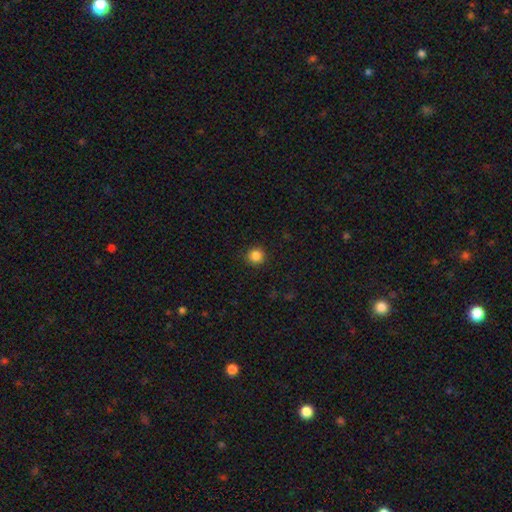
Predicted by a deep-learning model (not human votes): smooth-or-featured: smooth: 85% | star or artifact: 11% | featured or disk: 4%
  how-rounded: round: 95% | in between: 4% | cigar-shaped: 1%
  merging: none: 91% | minor disturbance: 6% | major disturbance: 2% | merger: 1%